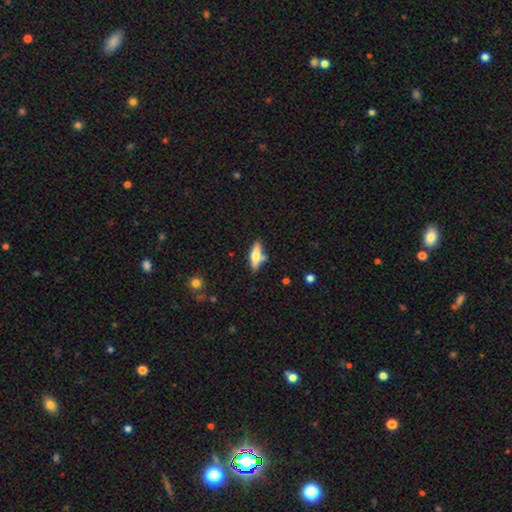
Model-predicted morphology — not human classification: This appears to be a smooth galaxy with no disk features (50%). Merging: none (68%).